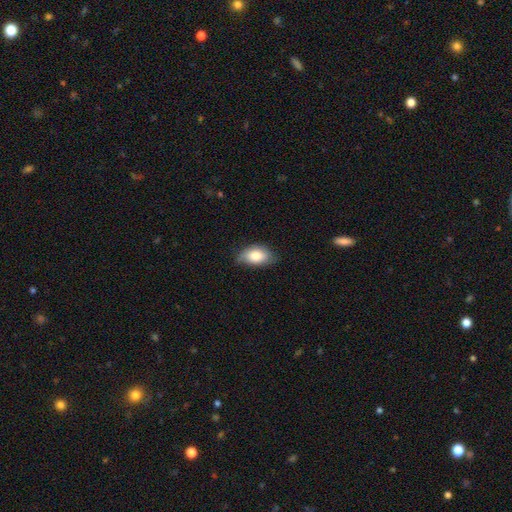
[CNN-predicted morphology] smooth_or_featured: smooth (p=0.80) [alt: featured or disk p=0.13]
how_rounded: in between (p=0.90) [alt: round p=0.08]
merging: none (p=0.65) [alt: minor disturbance p=0.29]